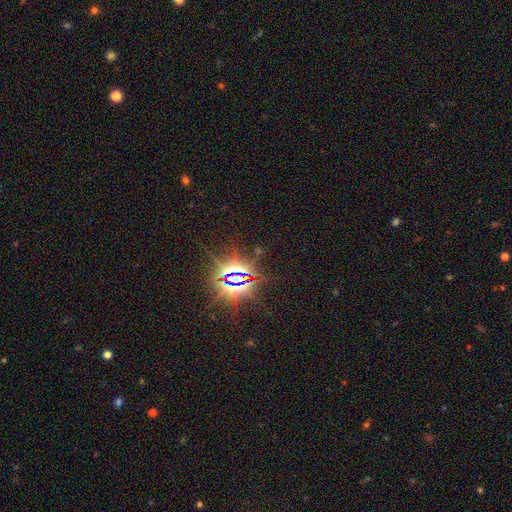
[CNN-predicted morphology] Smooth or featured: star or artifact — 86% (smooth — 7%)